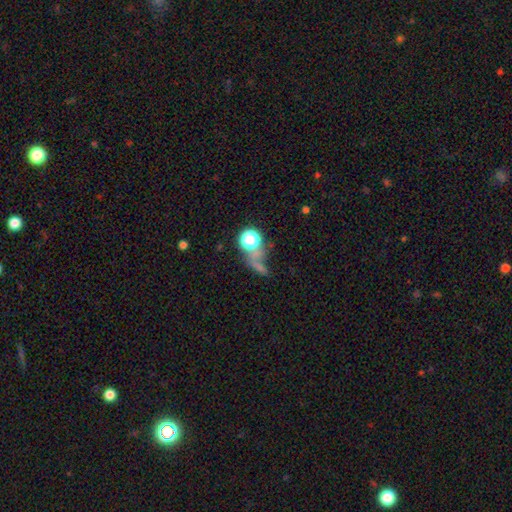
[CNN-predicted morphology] This appears to be a smooth galaxy with no disk features (45%). Merging: none (37%).